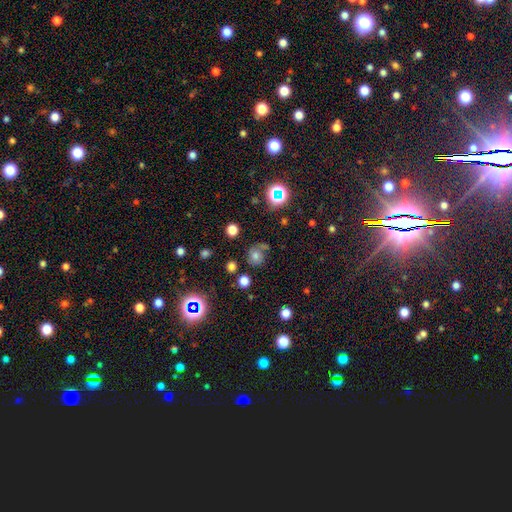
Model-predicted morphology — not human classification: Smooth or featured?
  - smooth: 56% *
  - featured or disk: 22%
  - star or artifact: 22%
How rounded?
  - round: 79% *
  - in between: 20%
  - cigar-shaped: 1%
Merging?
  - none: 58% *
  - minor disturbance: 20%
  - major disturbance: 13%
  - merger: 8%